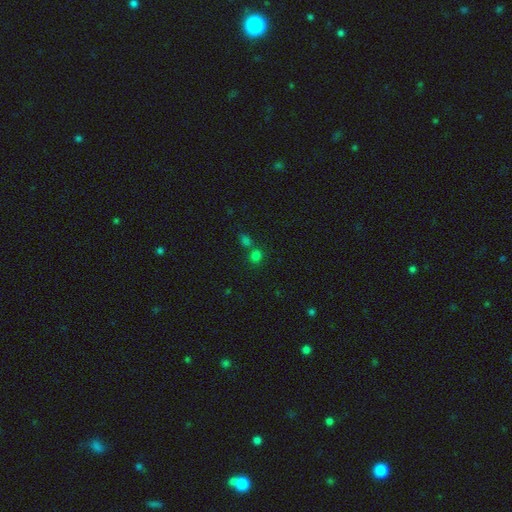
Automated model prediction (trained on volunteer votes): smooth_or_featured: smooth (p=0.71) [alt: star or artifact p=0.23]
how_rounded: round (p=0.77) [alt: in between p=0.22]
merging: none (p=0.59) [alt: merger p=0.29]